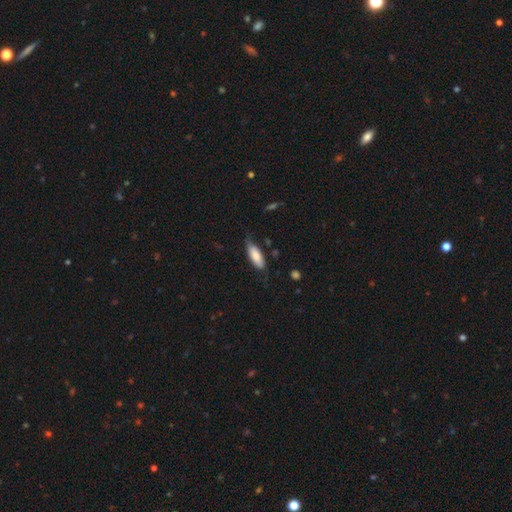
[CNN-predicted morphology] smooth-or-featured: smooth: 79% | featured or disk: 15% | star or artifact: 6%
  how-rounded: in between: 73% | cigar-shaped: 25% | round: 2%
  merging: none: 61% | minor disturbance: 29% | major disturbance: 8% | merger: 2%